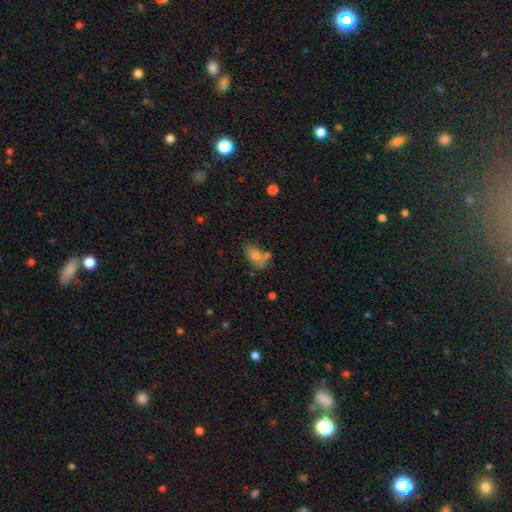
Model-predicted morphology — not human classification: Overall: smooth (71%). How rounded: in between (82%). Merging: none (51%; merger 21%).